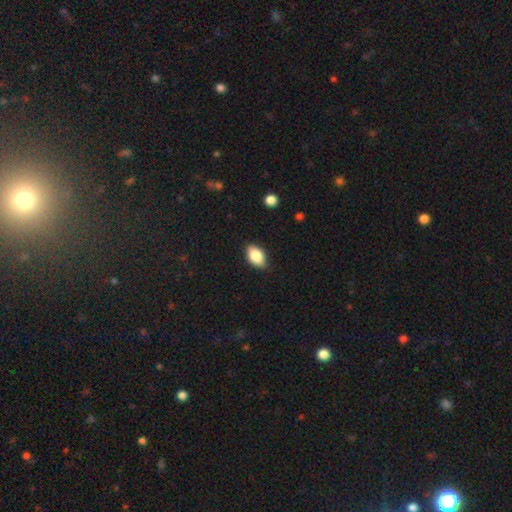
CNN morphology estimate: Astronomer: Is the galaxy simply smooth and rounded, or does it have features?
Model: smooth — 83%.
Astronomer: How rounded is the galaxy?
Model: in between — 89%.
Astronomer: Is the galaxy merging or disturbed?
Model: none — 84%.